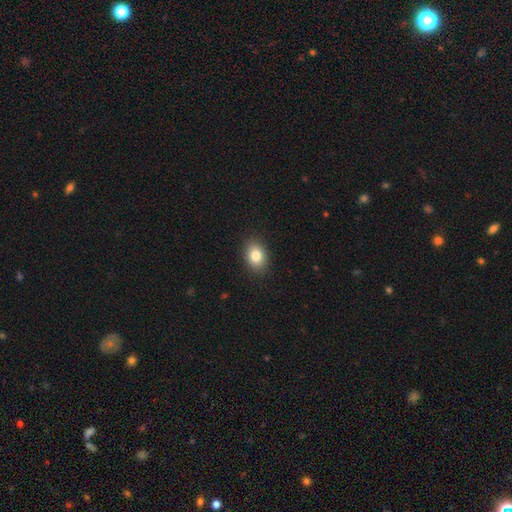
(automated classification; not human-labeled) Smooth or featured? smooth (82%)
How rounded? in between (69%)
Merging? none (89%)